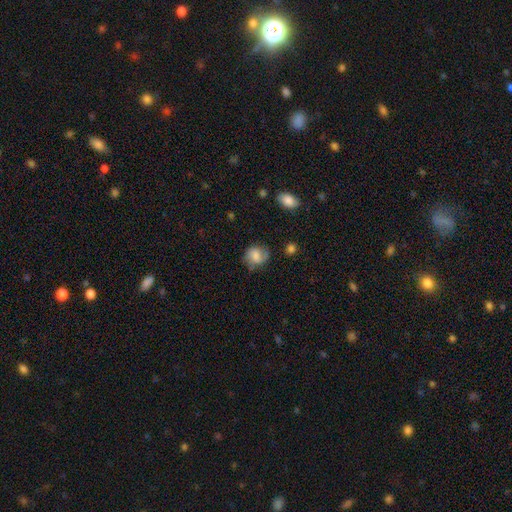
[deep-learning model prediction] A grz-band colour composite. It shows a smooth galaxy with no disk features (58%) that is round (65%). Merging: none (64%).